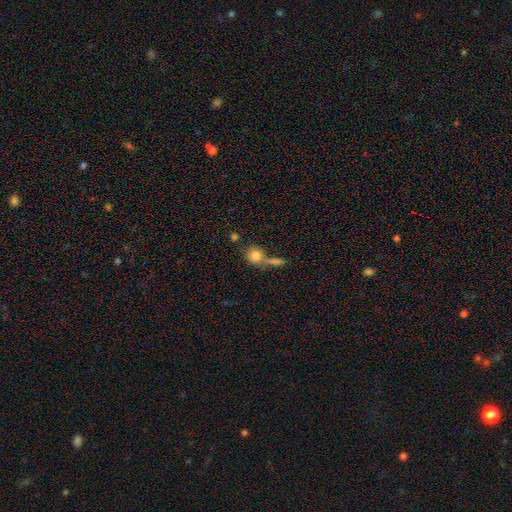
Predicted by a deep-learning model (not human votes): The model was most divided on "merging": none: 47%, merger: 36%, minor disturbance: 11%, major disturbance: 6%. More confident: smooth or featured — smooth (81%); how rounded — round (75%).